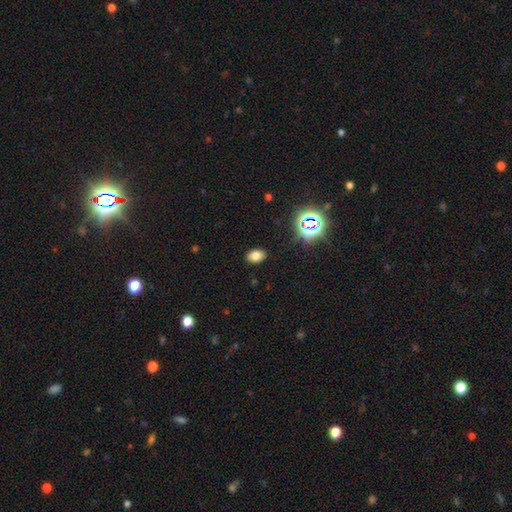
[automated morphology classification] Smooth or featured: smooth — 75% (star or artifact — 17%)
How rounded: in between — 81% (round — 18%)
Merging: none — 88% (minor disturbance — 9%)